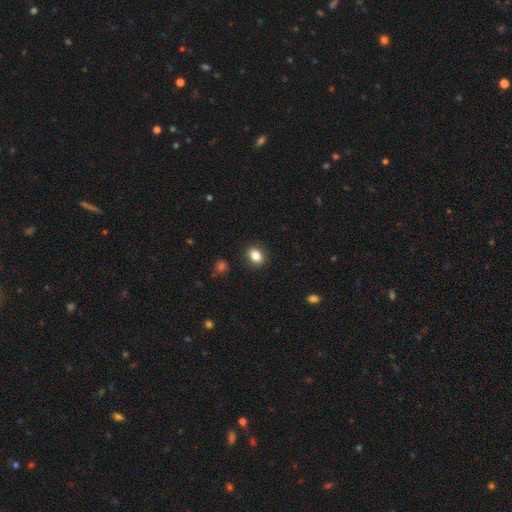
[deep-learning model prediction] Smooth or featured?
  - smooth: 84% *
  - star or artifact: 10%
  - featured or disk: 6%
How rounded?
  - in between: 54% *
  - round: 45%
  - cigar-shaped: 1%
Merging?
  - none: 89% *
  - minor disturbance: 8%
  - major disturbance: 2%
  - merger: 1%